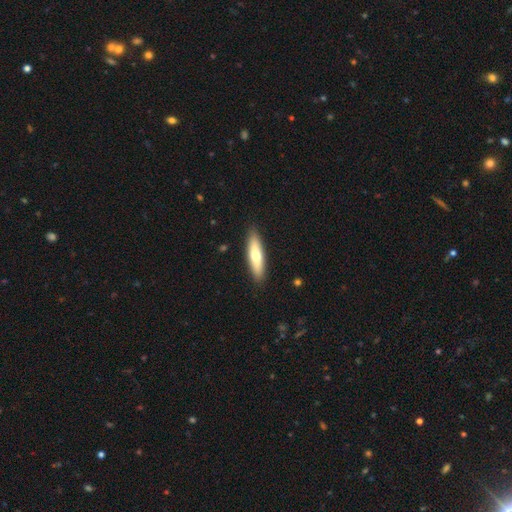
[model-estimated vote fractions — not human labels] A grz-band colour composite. It shows a smooth galaxy with no disk features (65%) that is cigar-shaped (66%). Merging: none (89%).